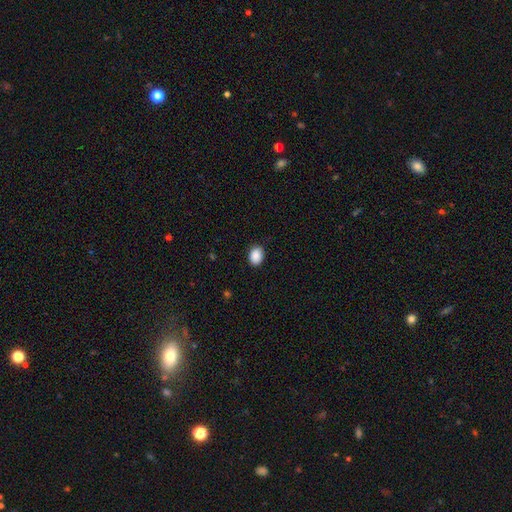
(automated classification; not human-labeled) Overall: smooth (89%). How rounded: in between (69%; round 30%). Merging: none (87%).